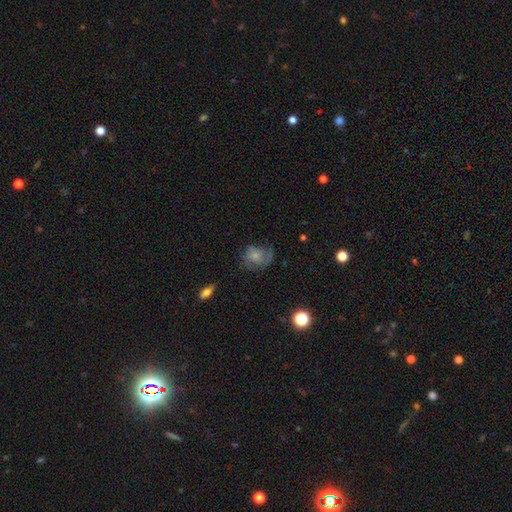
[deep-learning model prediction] This is possibly a smooth galaxy (57%). How rounded: possibly round (56%). Merging: possibly none (45%).